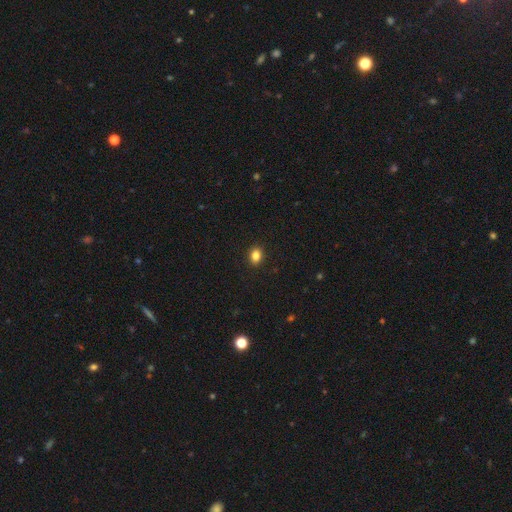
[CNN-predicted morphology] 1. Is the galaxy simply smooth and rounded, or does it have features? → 84% smooth, 10% star or artifact, 5% featured or disk.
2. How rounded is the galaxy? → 64% in between, 34% round, 1% cigar-shaped.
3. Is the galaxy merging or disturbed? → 91% none, 7% minor disturbance, 2% major disturbance, 1% merger.